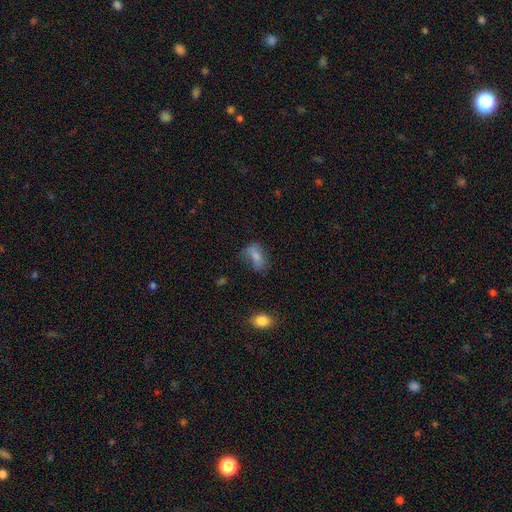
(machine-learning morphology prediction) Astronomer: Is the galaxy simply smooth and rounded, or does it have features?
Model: smooth — 74%.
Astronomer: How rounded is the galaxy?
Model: in between — 85%.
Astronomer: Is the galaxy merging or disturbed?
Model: none — 49% (runner-up: minor disturbance, 29%).